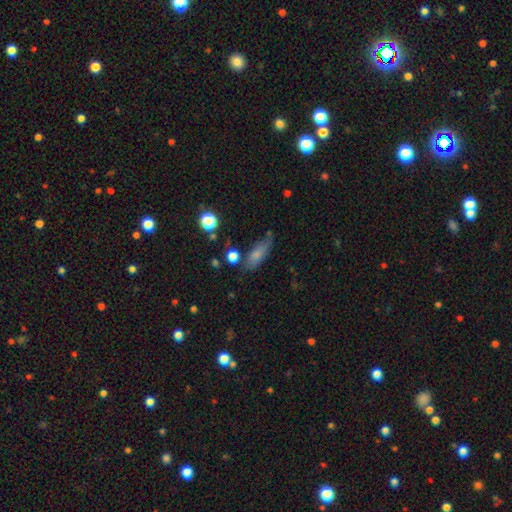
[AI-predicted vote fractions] The model was most divided on "how rounded": in between: 61%, cigar-shaped: 34%, round: 5%. More confident: smooth or featured — smooth (68%); merging — none (64%).